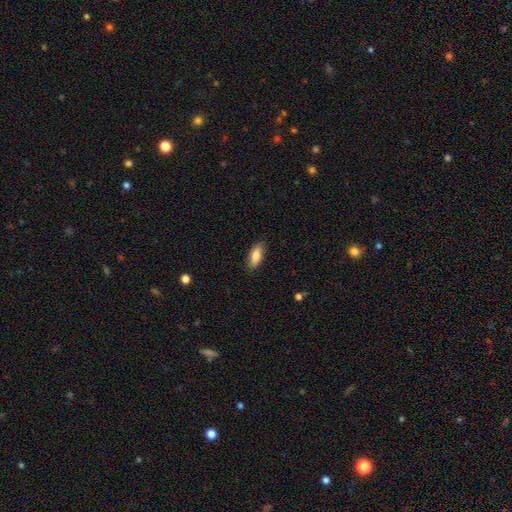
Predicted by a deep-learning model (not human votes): Morphology: type=smooth (82%); roundness=in between (76%); merging=none (85%).